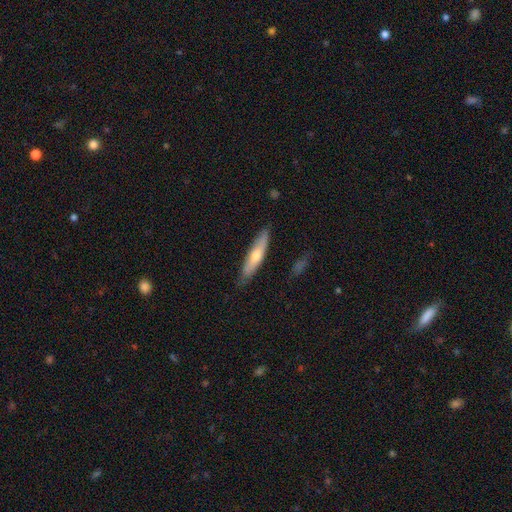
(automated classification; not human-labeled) Smooth or featured? Predicted: smooth (p=0.52). How rounded? Predicted: cigar-shaped (p=0.82). Merging? Predicted: none (p=0.84).